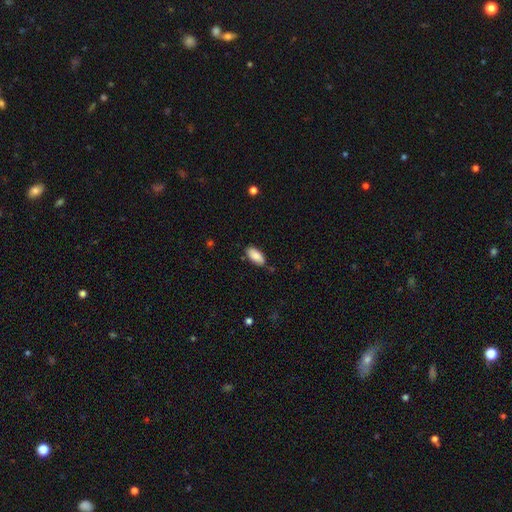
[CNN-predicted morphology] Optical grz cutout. It shows a smooth galaxy with no disk features (86%) that is in between round and cigar-shaped (91%). Merging: none (81%).